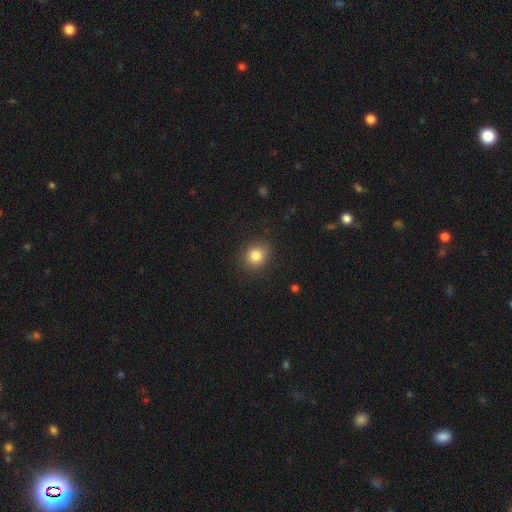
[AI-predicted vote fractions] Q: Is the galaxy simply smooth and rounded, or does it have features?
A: smooth — 84%.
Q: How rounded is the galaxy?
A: round — 69%.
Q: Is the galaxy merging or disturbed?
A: none — 85%.